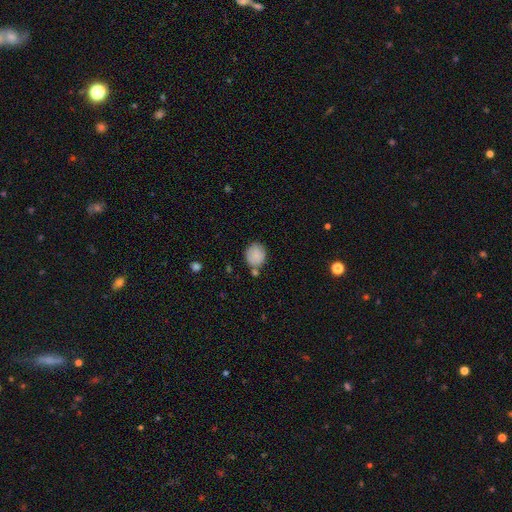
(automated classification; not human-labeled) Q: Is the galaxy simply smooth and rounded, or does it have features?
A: smooth — 86%.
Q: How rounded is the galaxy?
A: round — 77%.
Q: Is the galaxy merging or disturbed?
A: none — 65%.